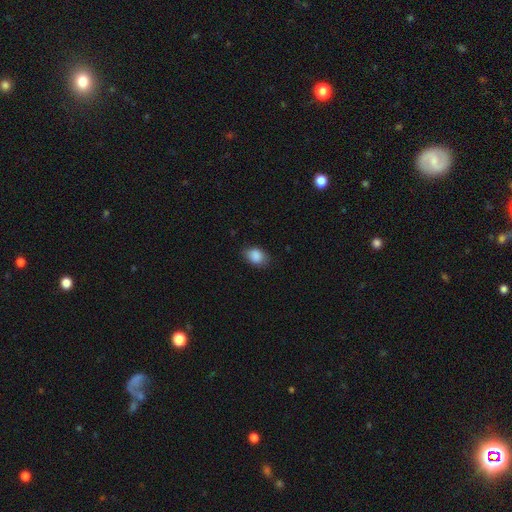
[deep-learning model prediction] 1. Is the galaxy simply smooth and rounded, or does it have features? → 88% smooth, 8% star or artifact, 4% featured or disk.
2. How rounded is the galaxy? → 74% in between, 25% round, 1% cigar-shaped.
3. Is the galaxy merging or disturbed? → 76% none, 19% minor disturbance, 4% major disturbance, 1% merger.